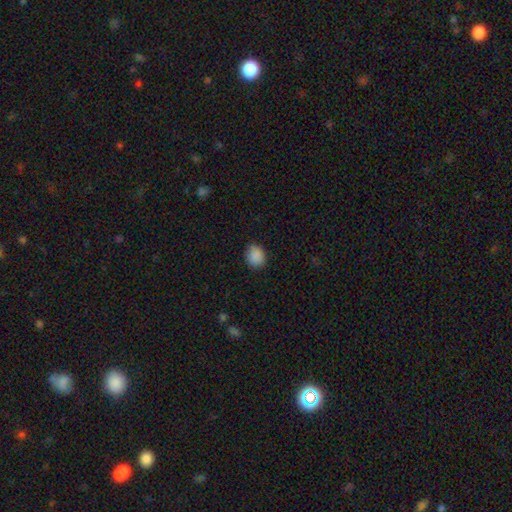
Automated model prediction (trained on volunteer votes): Smooth or featured: smooth — 88% (star or artifact — 9%)
How rounded: round — 64% (in between — 35%)
Merging: none — 84% (minor disturbance — 13%)